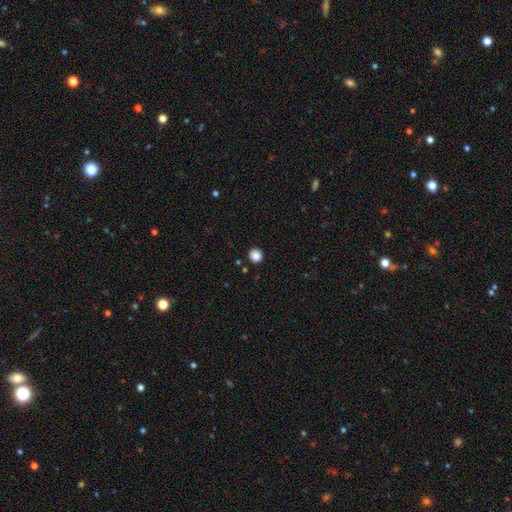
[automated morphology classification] smooth_or_featured: smooth (p=0.87) [alt: star or artifact p=0.10]
how_rounded: round (p=0.87) [alt: in between p=0.12]
merging: none (p=0.91) [alt: minor disturbance p=0.05]